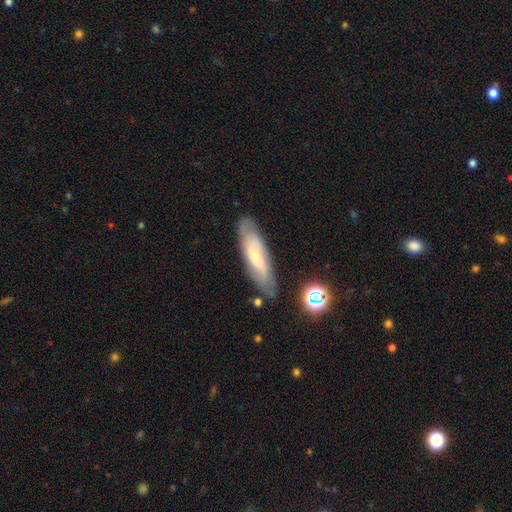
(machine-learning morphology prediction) This is possibly a featured or disk galaxy (47%). Merging: likely none (76%).